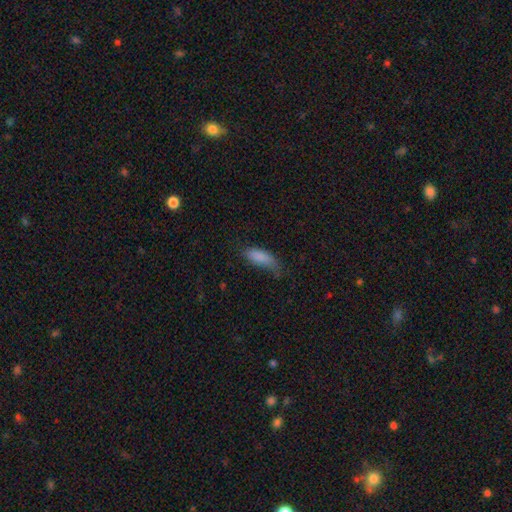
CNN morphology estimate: Smooth or featured?
  - smooth: 83% *
  - featured or disk: 9%
  - star or artifact: 8%
How rounded?
  - in between: 68% *
  - cigar-shaped: 29%
  - round: 2%
Merging?
  - none: 50% *
  - minor disturbance: 35%
  - major disturbance: 13%
  - merger: 2%